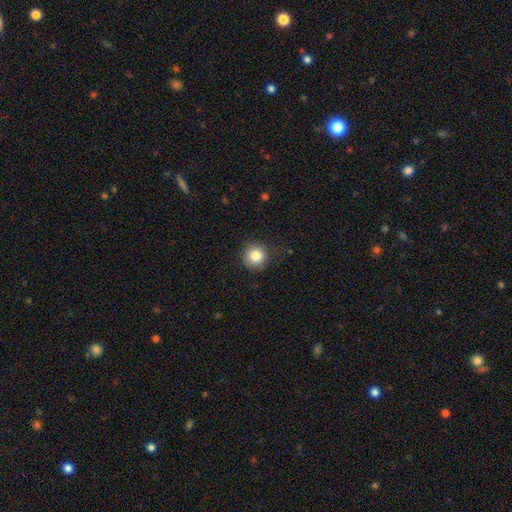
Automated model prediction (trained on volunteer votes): This appears to be a smooth galaxy with no disk features (83%) that is round (94%). Merging: none (86%).